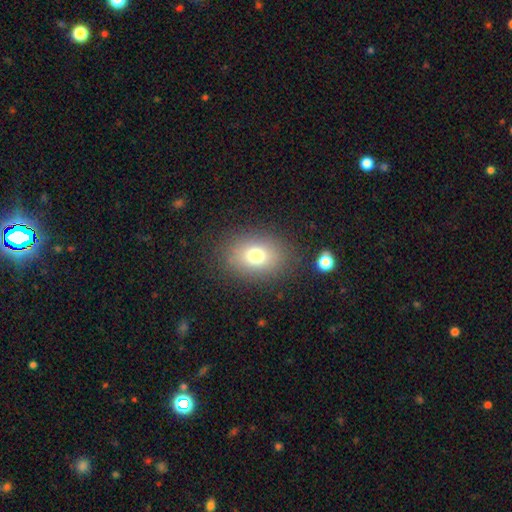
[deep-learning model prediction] smooth_or_featured: smooth (p=0.75) [alt: star or artifact p=0.13]
how_rounded: in between (p=0.68) [alt: round p=0.31]
merging: none (p=0.83) [alt: minor disturbance p=0.10]